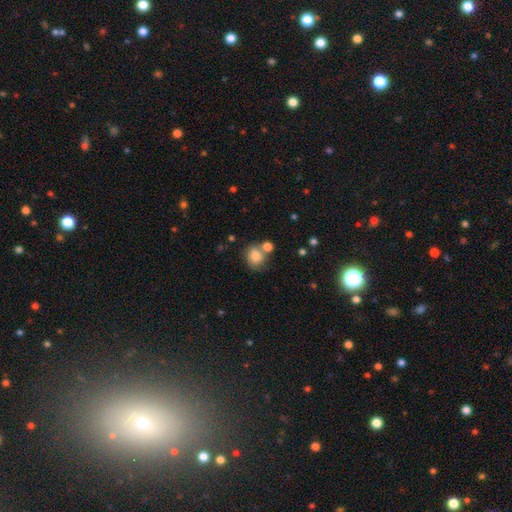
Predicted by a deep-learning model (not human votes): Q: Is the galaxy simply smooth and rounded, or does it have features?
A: smooth — 80%.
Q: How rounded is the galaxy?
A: round — 65%.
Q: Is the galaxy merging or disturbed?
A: none — 51%.